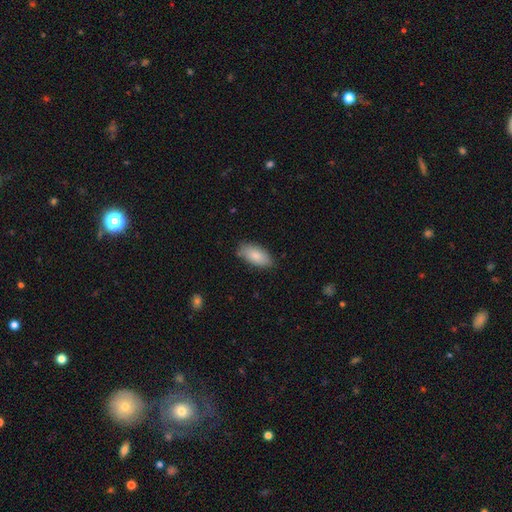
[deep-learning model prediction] The model was most divided on "merging": none: 81%, minor disturbance: 15%, major disturbance: 3%, merger: 2%. More confident: how rounded — in between (92%); smooth or featured — smooth (86%).